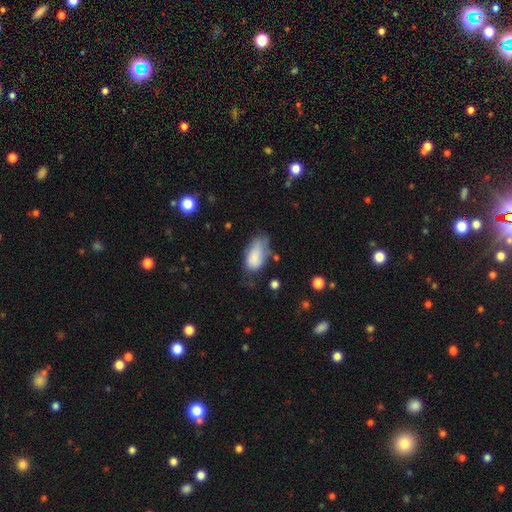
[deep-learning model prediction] Smooth or featured? smooth (82%)
How rounded? in between (93%)
Merging? none (39%)